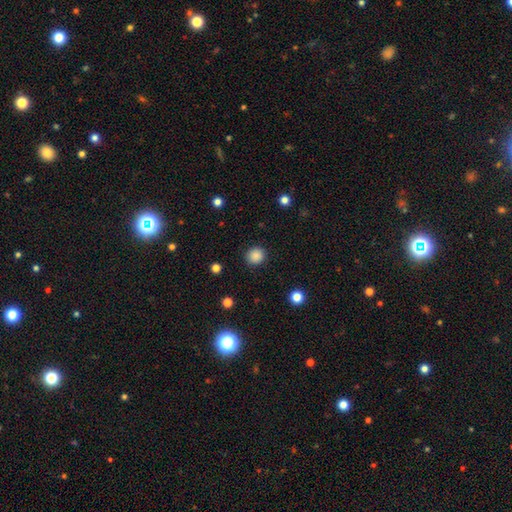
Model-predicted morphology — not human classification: Q: Smooth or featured?
A: smooth (86%); runner-up: star or artifact (11%)
Q: How rounded?
A: round (89%); runner-up: in between (10%)
Q: Merging?
A: none (90%); runner-up: minor disturbance (6%)